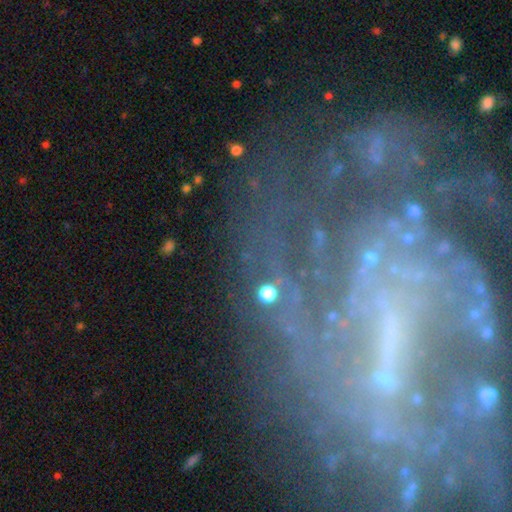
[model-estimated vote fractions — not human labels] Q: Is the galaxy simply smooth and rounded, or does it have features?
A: featured or disk — 68%.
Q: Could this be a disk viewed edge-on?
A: no — 94%.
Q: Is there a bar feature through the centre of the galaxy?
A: no — 39%.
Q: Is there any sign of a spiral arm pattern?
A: yes — 77%.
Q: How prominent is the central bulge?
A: small — 47%.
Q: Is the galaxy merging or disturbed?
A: none — 63%.